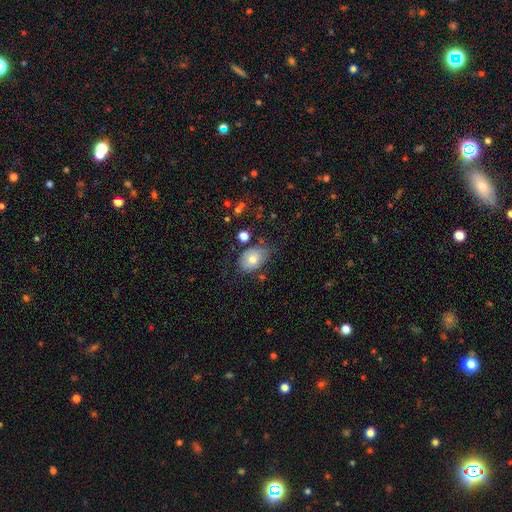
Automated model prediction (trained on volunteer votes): Q: Smooth or featured?
A: smooth (69%); runner-up: featured or disk (22%)
Q: How rounded?
A: in between (82%); runner-up: round (17%)
Q: Merging?
A: none (62%); runner-up: minor disturbance (25%)